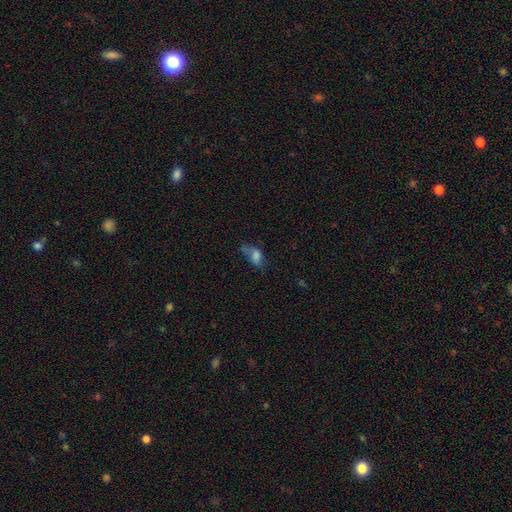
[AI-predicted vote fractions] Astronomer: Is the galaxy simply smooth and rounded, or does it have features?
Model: smooth — 67%.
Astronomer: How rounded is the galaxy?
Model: in between — 84%.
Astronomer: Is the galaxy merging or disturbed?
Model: none — 32%, tied with major disturbance at 32%.